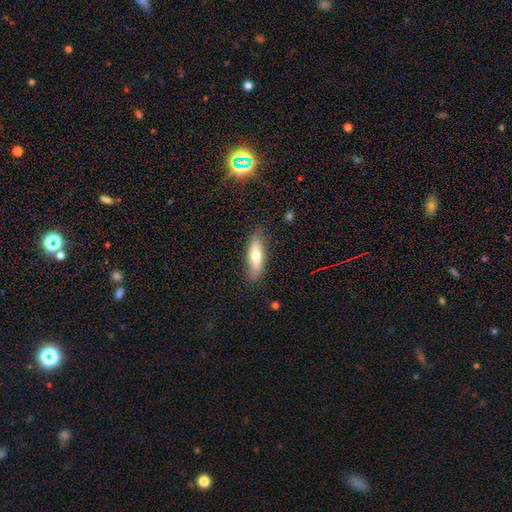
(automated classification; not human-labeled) Smooth or featured? smooth (62%)
How rounded? in between (53%)
Merging? none (81%)